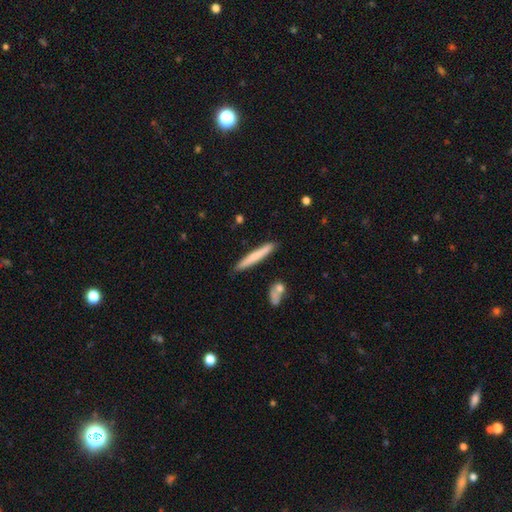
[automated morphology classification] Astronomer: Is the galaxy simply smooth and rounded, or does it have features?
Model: smooth — 68%.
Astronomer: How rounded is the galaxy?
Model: cigar-shaped — 96%.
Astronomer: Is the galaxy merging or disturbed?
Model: none — 87%.